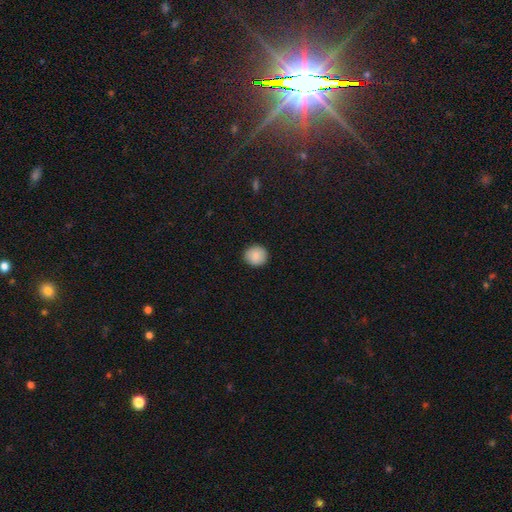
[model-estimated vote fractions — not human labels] Smooth or featured? smooth (87%)
How rounded? round (91%)
Merging? none (91%)